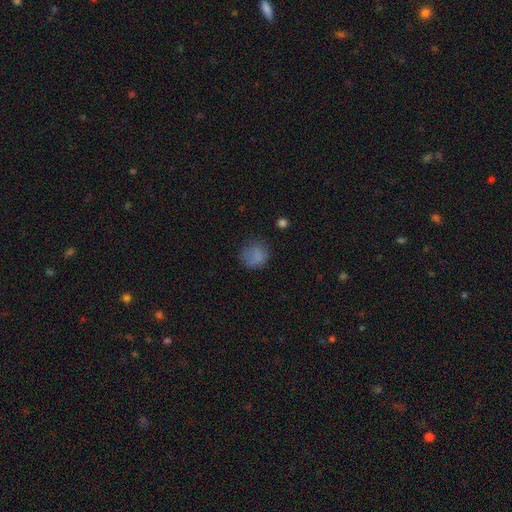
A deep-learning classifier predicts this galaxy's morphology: Smooth or featured? Predicted: smooth (p=0.79). How rounded? Predicted: round (p=0.84). Merging? Predicted: none (p=0.69).